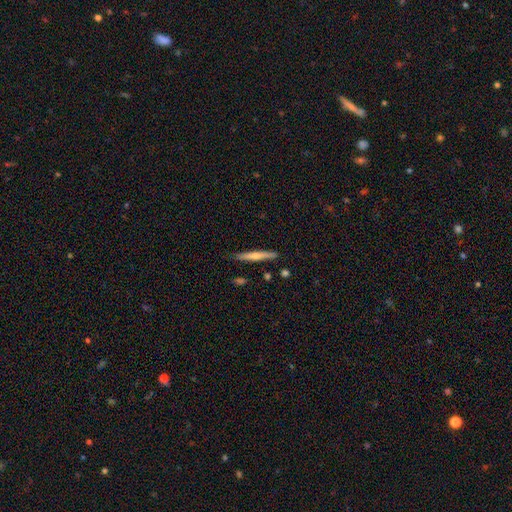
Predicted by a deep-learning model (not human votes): Overall: smooth (53%; featured or disk 42%). How rounded: cigar-shaped (94%). Merging: none (85%).